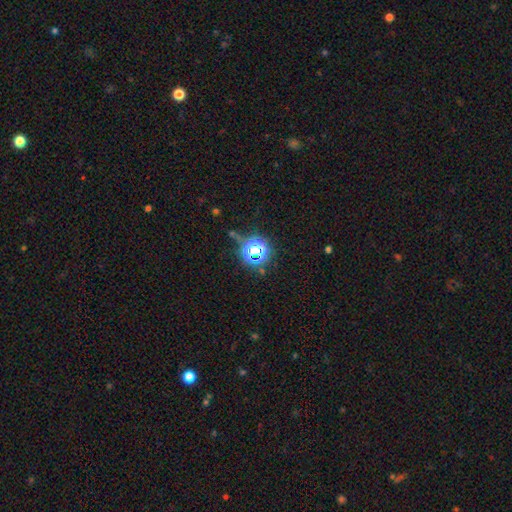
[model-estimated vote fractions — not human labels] Smooth or featured: star or artifact — 62% (smooth — 28%)